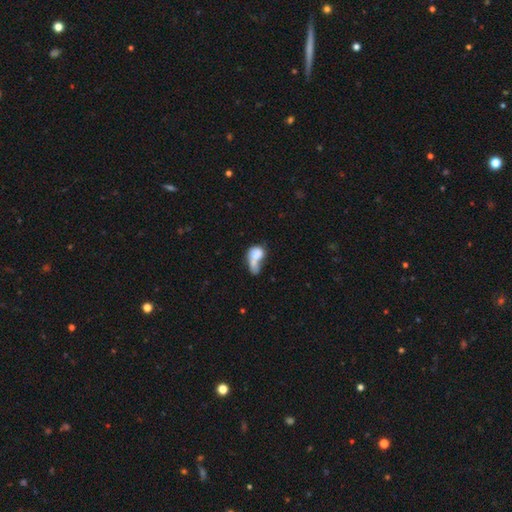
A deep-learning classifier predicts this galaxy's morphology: smooth-or-featured: smooth: 67% | featured or disk: 23% | star or artifact: 9%
  how-rounded: in between: 70% | round: 26% | cigar-shaped: 4%
  merging: merger: 62% | none: 14% | major disturbance: 14% | minor disturbance: 10%